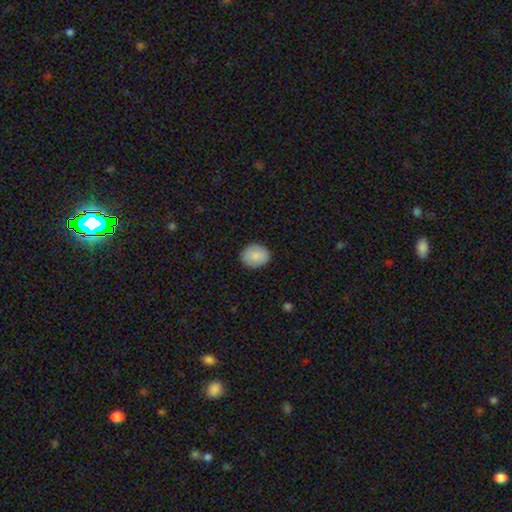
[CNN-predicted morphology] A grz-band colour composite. It shows a smooth galaxy with no disk features (86%) that is round (56%). Merging: none (88%).